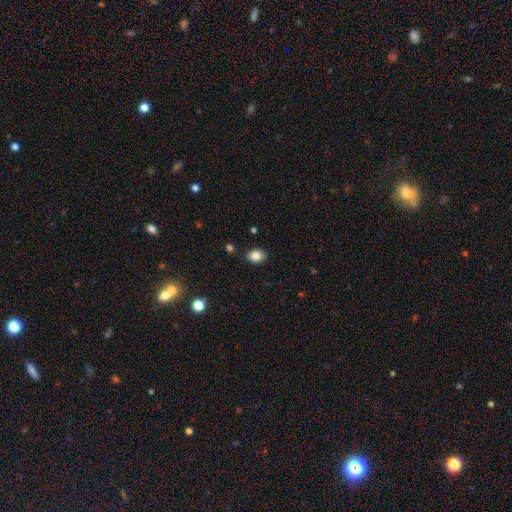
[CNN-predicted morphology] type=smooth (85%); roundness=in between (60%); merging=none (87%).